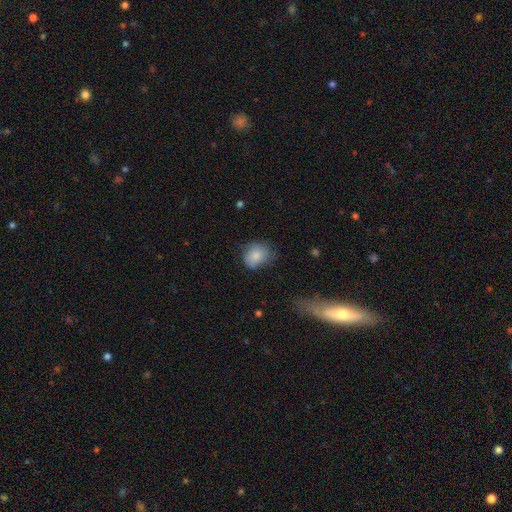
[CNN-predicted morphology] The model was most divided on "how rounded": round: 54%, in between: 45%, cigar-shaped: 1%. More confident: smooth or featured — smooth (80%); merging — none (56%).